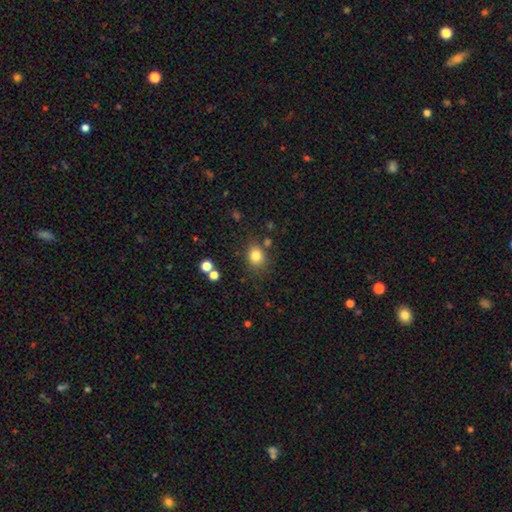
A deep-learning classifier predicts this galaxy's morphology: A smooth galaxy with no disk features (81%) that is round (62%).

Vote fractions:
- Smooth or featured? smooth: 81% / star or artifact: 12% / featured or disk: 6%
- How rounded? round: 62% / in between: 37% / cigar-shaped: 1%
- Merging? none: 75% / minor disturbance: 14% / merger: 6% / major disturbance: 5%